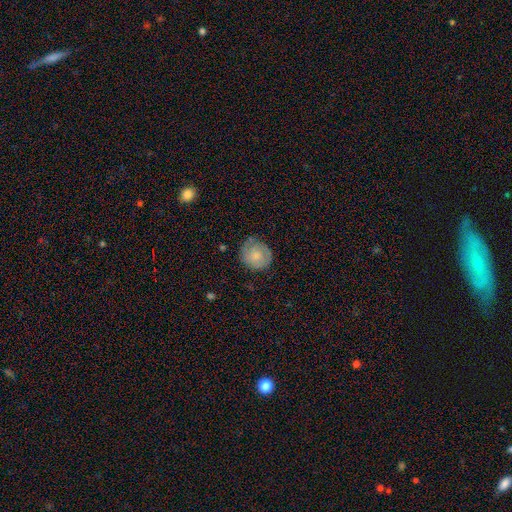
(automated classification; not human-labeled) smooth_or_featured: smooth (p=0.64) [alt: featured or disk p=0.29]
how_rounded: round (p=0.85) [alt: in between p=0.14]
merging: none (p=0.69) [alt: minor disturbance p=0.23]